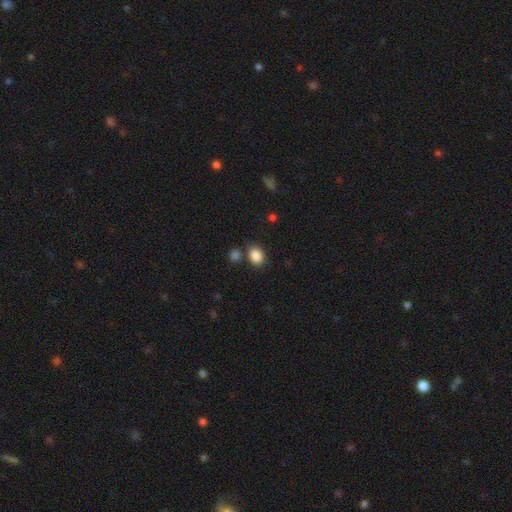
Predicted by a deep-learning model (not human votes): The model was most divided on "how rounded": in between: 59%, round: 40%, cigar-shaped: 1%. More confident: smooth or featured — smooth (86%); merging — none (72%).